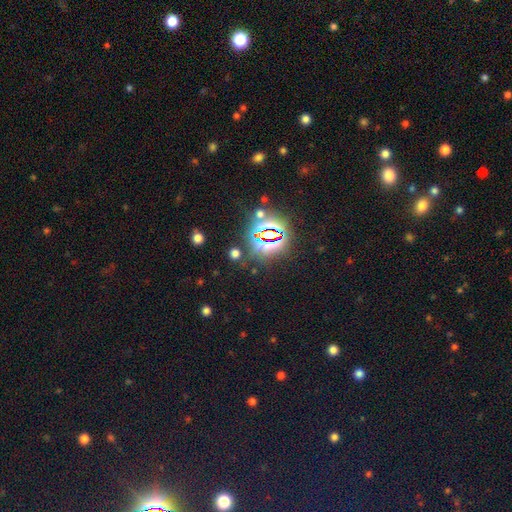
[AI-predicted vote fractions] star or artifact 82%, smooth 11%, featured or disk 6%.